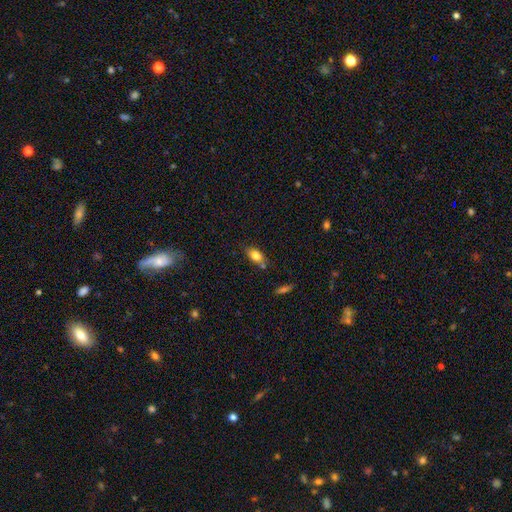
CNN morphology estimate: This appears to be a smooth galaxy with no disk features (80%) that is in between round and cigar-shaped (86%). Merging: none (66%).